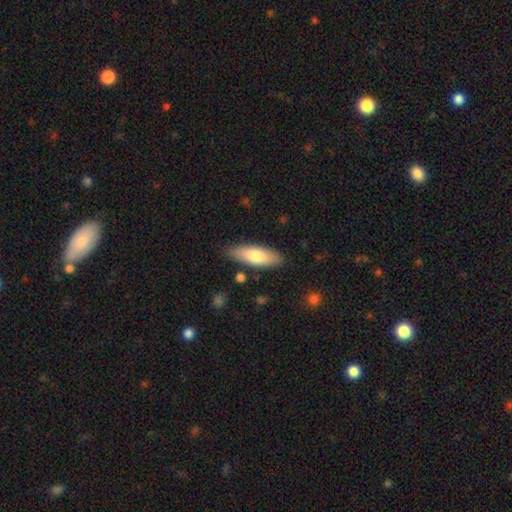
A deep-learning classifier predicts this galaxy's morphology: A smooth galaxy with no disk features (74%) that is in between round and cigar-shaped (64%).

Vote fractions:
- Smooth or featured? smooth: 74% / featured or disk: 20% / star or artifact: 6%
- How rounded? in between: 64% / cigar-shaped: 34% / round: 2%
- Merging? none: 83% / minor disturbance: 12% / major disturbance: 2% / merger: 2%